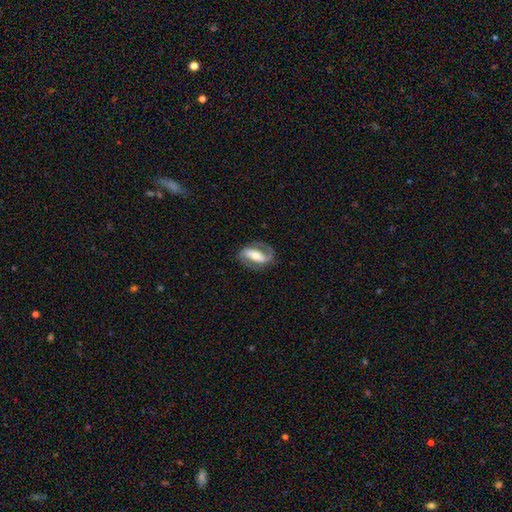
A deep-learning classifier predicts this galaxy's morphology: type=featured or disk (80%); edge-on=no (94%); bar=strong (56%); spiral arms=yes (88%); winding=medium (47%); arm count=2 (82%); bulge=moderate (62%); merging=none (77%).